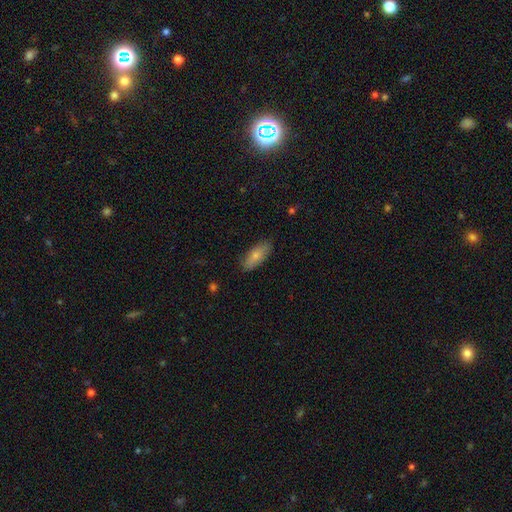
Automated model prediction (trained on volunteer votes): The model was most divided on "smooth or featured": smooth: 77%, featured or disk: 17%, star or artifact: 6%. More confident: how rounded — in between (82%); merging — none (79%).